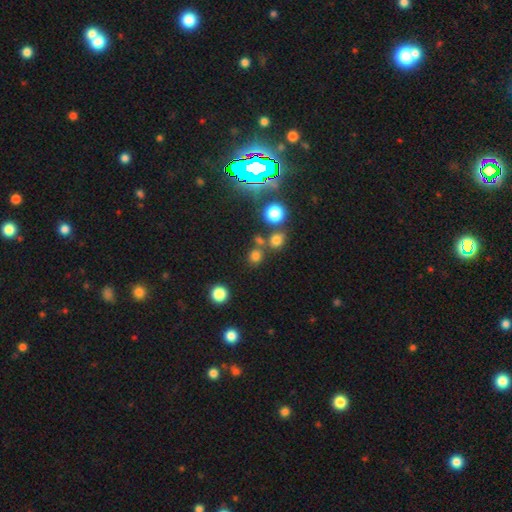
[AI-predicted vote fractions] A smooth galaxy with no disk features (69%) that is round (86%). Merging: none (70%).